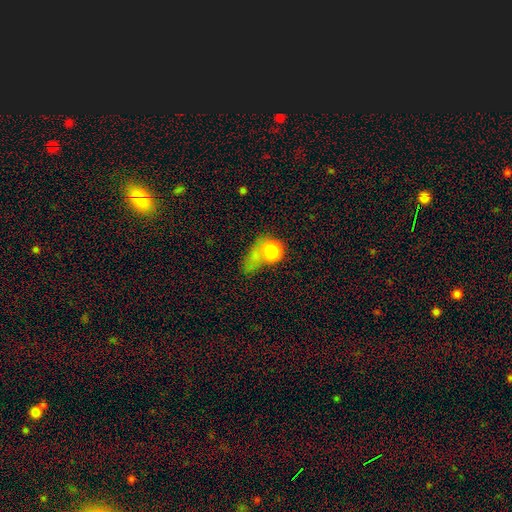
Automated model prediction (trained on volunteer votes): smooth_or_featured: smooth (p=0.65) [alt: star or artifact p=0.21]
how_rounded: round (p=0.65) [alt: in between p=0.30]
merging: none (p=0.35) [alt: major disturbance p=0.29]